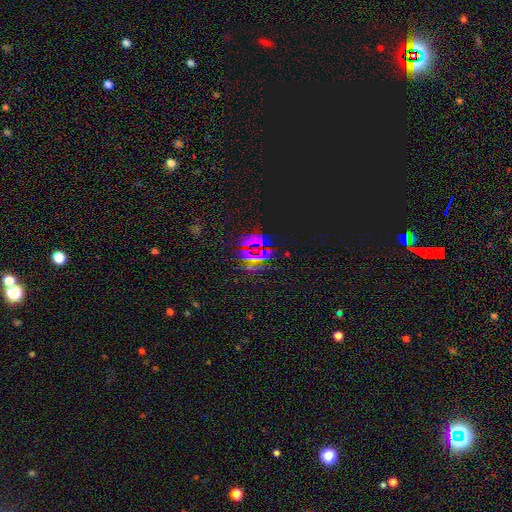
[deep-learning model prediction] Overall: star or artifact (75%).